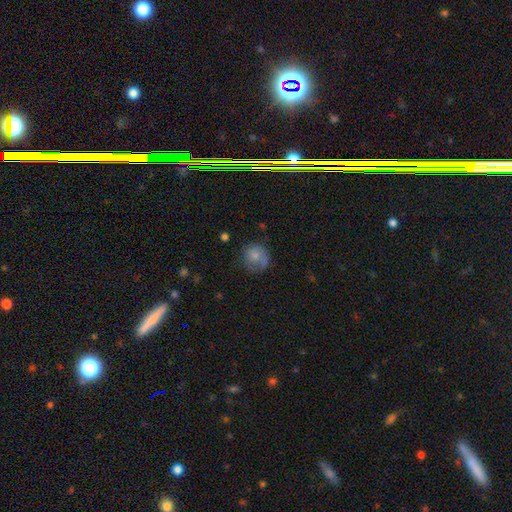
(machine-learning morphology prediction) smooth_or_featured: smooth (p=0.76) [alt: featured or disk p=0.15]
how_rounded: round (p=0.82) [alt: in between p=0.17]
merging: none (p=0.58) [alt: minor disturbance p=0.25]